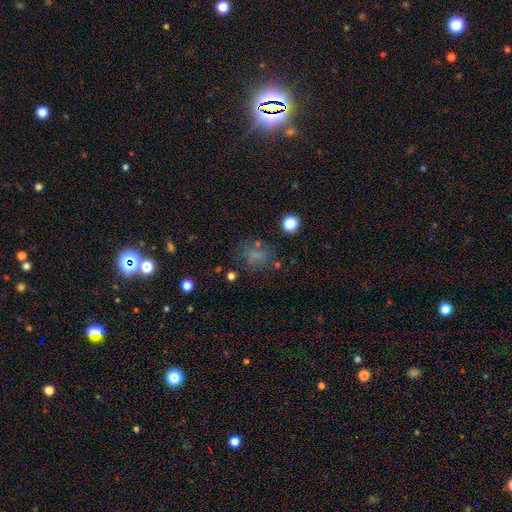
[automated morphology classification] type=smooth (61%); roundness=round (54%); merging=none (63%).